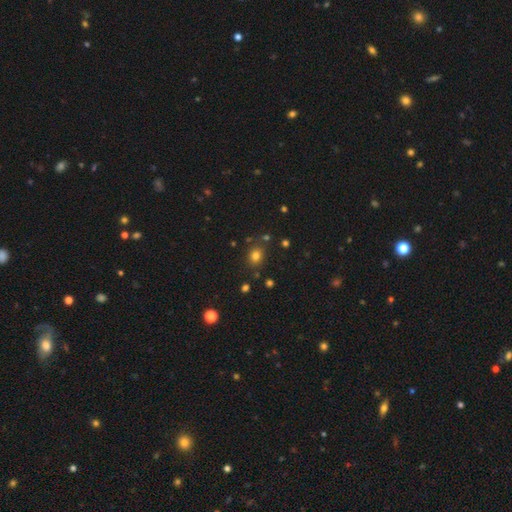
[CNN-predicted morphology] Overall: smooth (77%). How rounded: round (62%; in between 38%). Merging: none (80%).